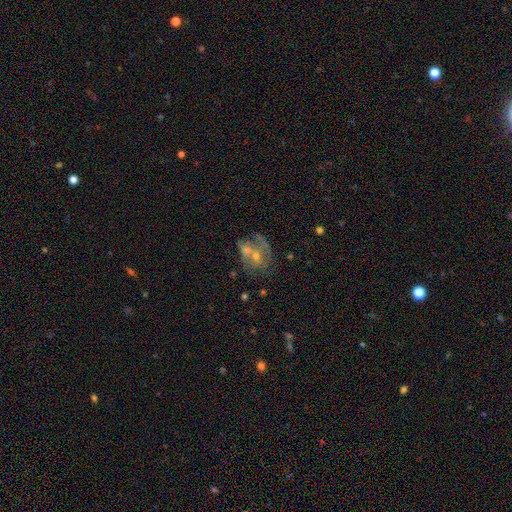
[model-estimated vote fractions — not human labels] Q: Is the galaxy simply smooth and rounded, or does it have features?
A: featured or disk — 63%.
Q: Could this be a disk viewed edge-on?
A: no — 97%.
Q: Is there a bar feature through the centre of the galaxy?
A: no — 68%.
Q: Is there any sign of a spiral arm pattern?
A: yes — 62%.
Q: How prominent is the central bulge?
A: moderate — 45%, tied with small.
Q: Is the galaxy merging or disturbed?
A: none — 38%.